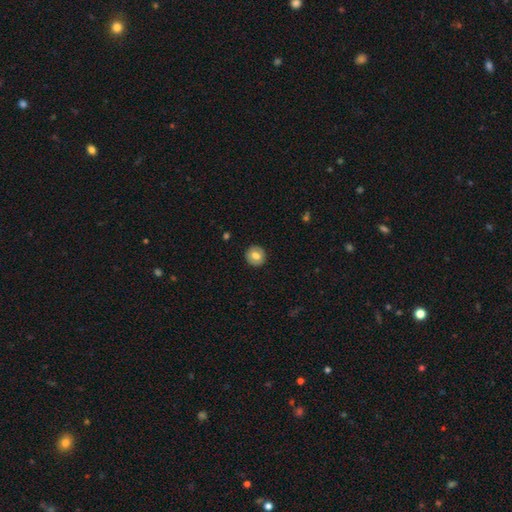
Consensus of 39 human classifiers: Q: Smooth or featured?
A: smooth (85%); runner-up: featured or disk (13%)
Q: How rounded?
A: round (85%); runner-up: in between (15%)
Q: Merging?
A: none (89%); runner-up: minor disturbance (8%)